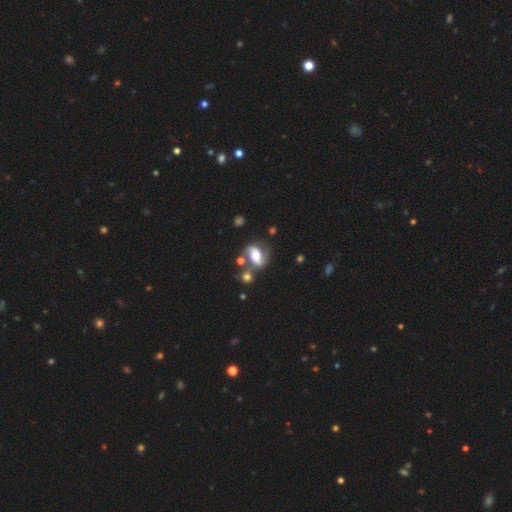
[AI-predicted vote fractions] featured or disk 64%, smooth 28%, star or artifact 7%. Down the decision tree: edge-on disk — no (95%); bar — no (39%); spiral arms — yes (80%); bulge size — moderate (68%); merging — none (58%).